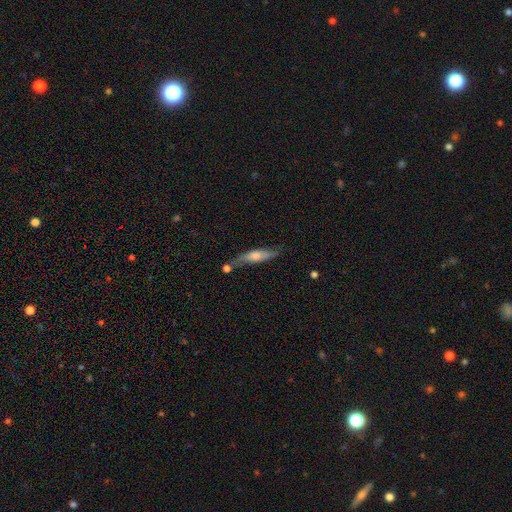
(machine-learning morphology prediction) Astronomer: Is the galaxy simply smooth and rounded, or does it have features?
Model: featured or disk — 47% (runner-up: smooth, 46%).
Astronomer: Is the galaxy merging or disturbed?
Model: none — 57%.